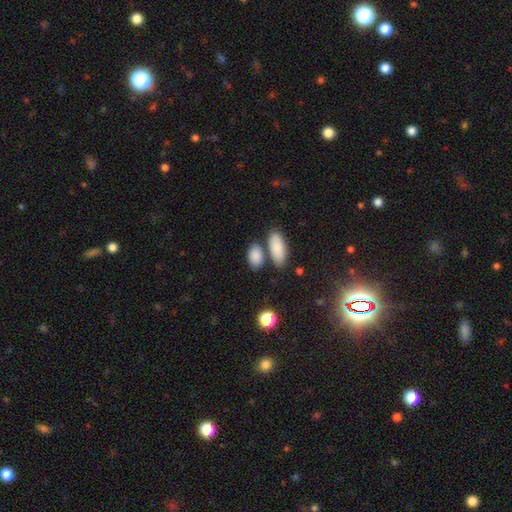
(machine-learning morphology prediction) Smooth or featured?
  - smooth: 87% *
  - star or artifact: 7%
  - featured or disk: 6%
How rounded?
  - in between: 87% *
  - round: 8%
  - cigar-shaped: 5%
Merging?
  - none: 65% *
  - merger: 19%
  - minor disturbance: 12%
  - major disturbance: 4%